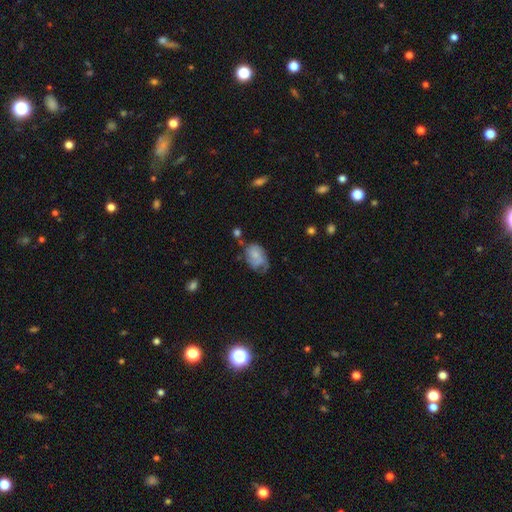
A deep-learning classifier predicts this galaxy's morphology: type=featured or disk (46%, tied with smooth); merging=none (42%).